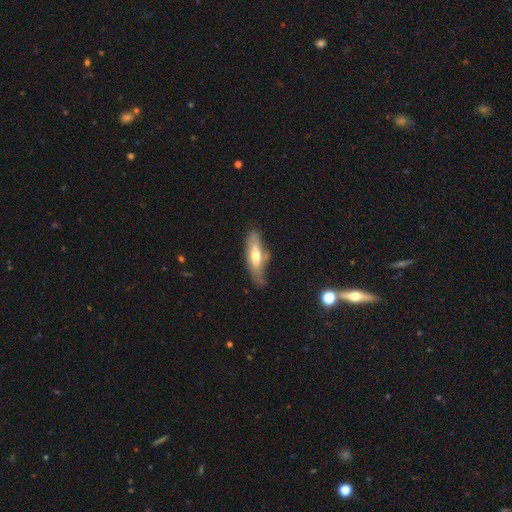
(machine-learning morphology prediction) Smooth or featured?
  - smooth: 51% *
  - featured or disk: 43%
  - star or artifact: 6%
How rounded?
  - in between: 56% *
  - cigar-shaped: 42%
  - round: 2%
Merging?
  - none: 52% *
  - minor disturbance: 31%
  - major disturbance: 12%
  - merger: 5%